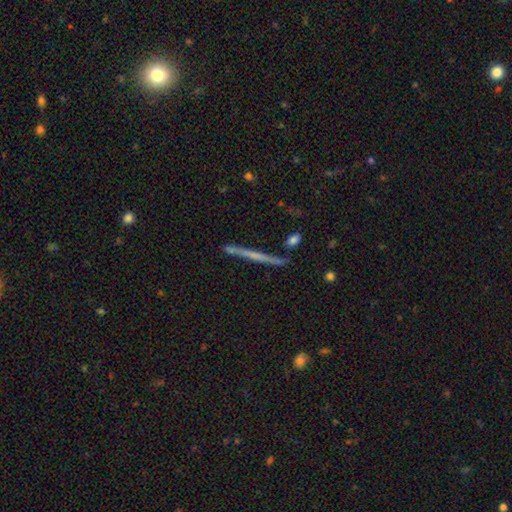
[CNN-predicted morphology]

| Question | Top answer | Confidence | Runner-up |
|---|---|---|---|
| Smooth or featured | featured or disk | 59% | smooth (33%) |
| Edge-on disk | yes | 97% | no (3%) |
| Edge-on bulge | none | 69% | rounded (22%) |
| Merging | none | 85% | minor disturbance (9%) |